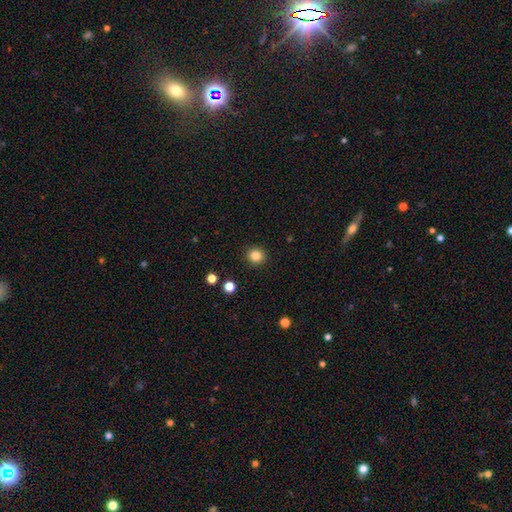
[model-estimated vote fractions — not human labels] Morphology: type=smooth (84%); roundness=round (92%); merging=none (92%).